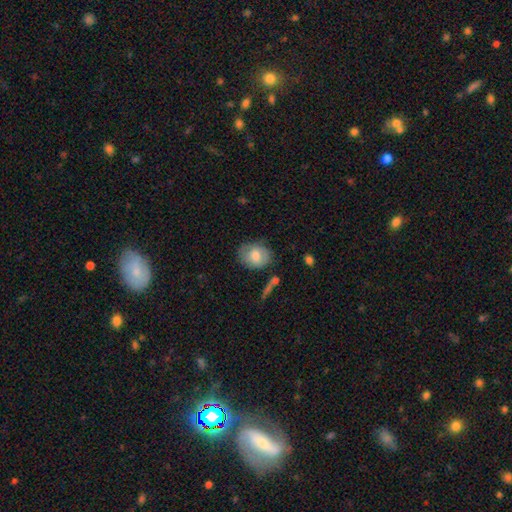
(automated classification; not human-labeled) A smooth galaxy with no disk features (71%) that is in between round and cigar-shaped (50%).

Vote fractions:
- Smooth or featured? smooth: 71% / featured or disk: 21% / star or artifact: 7%
- How rounded? in between: 50% / round: 49% / cigar-shaped: 1%
- Merging? none: 69% / minor disturbance: 22% / major disturbance: 5% / merger: 3%